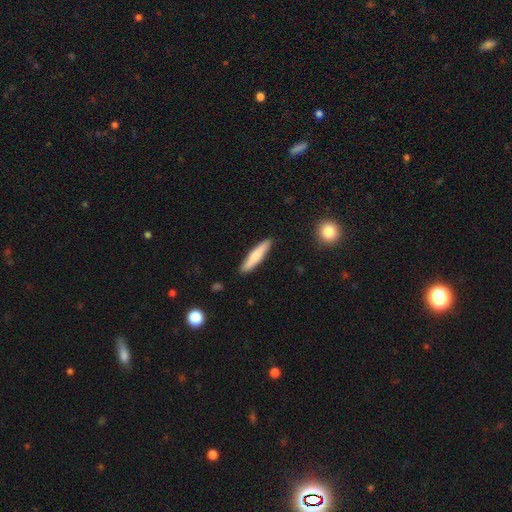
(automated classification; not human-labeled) This appears to be a smooth galaxy with no disk features (73%) that is cigar-shaped (87%). Merging: none (89%).